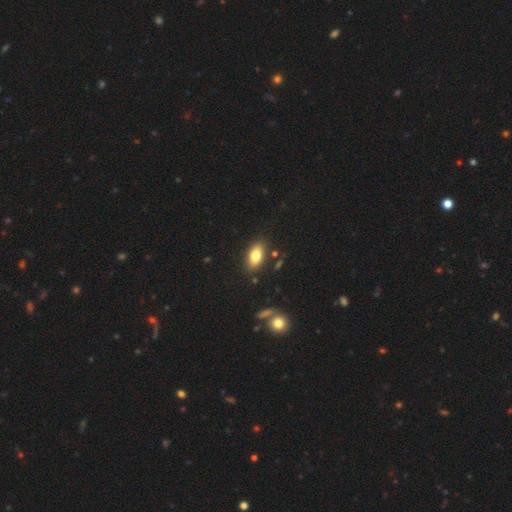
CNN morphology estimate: smooth 78%, featured or disk 14%, star or artifact 8%. Down the decision tree: how rounded — in between (89%); merging — none (85%).